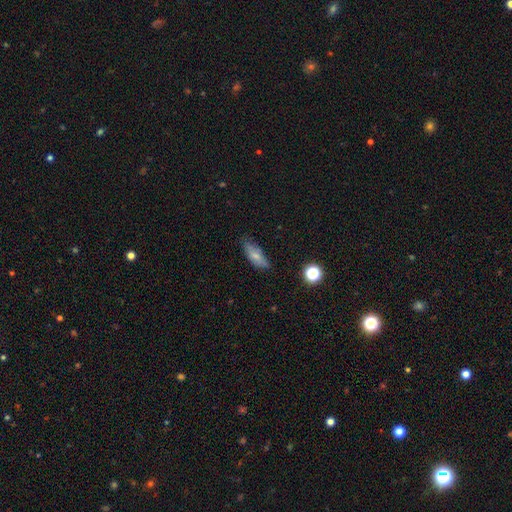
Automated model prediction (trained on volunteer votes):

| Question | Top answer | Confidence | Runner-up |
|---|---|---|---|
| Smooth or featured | smooth | 70% | featured or disk (21%) |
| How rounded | in between | 71% | cigar-shaped (26%) |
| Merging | none | 70% | minor disturbance (23%) |